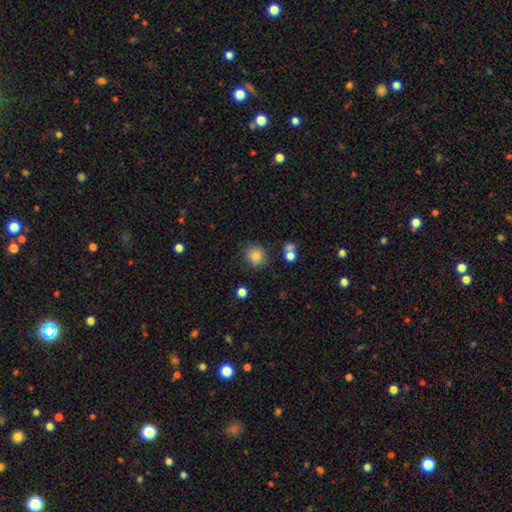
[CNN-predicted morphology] This appears to be a smooth galaxy with no disk features (83%) that is round (88%). Merging: none (80%).